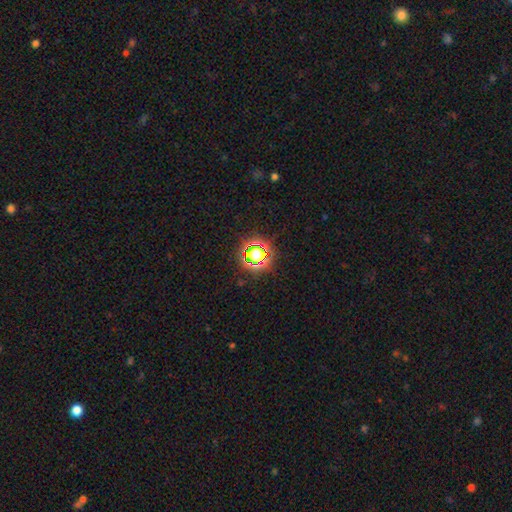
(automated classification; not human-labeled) Smooth or featured? Predicted: star or artifact (p=0.56).